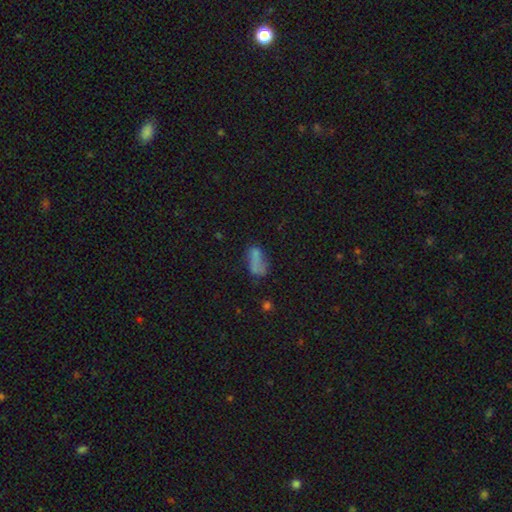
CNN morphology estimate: Smooth or featured? smooth (58%)
How rounded? in between (82%)
Merging? none (41%)